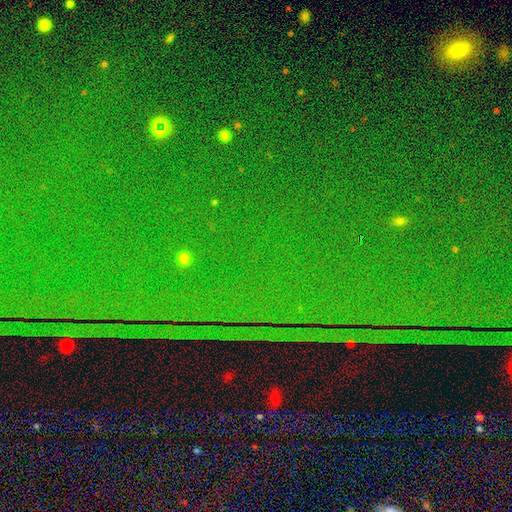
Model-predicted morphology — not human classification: The model was most divided on "smooth or featured": star or artifact: 83%, smooth: 9%, featured or disk: 8%.